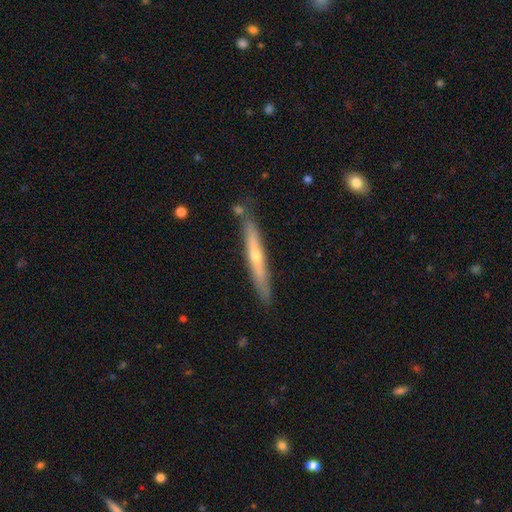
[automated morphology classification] Q: Smooth or featured?
A: featured or disk (65%); runner-up: smooth (28%)
Q: Edge-on disk?
A: yes (94%); runner-up: no (6%)
Q: Edge-on bulge?
A: rounded (73%); runner-up: none (24%)
Q: Merging?
A: none (85%); runner-up: minor disturbance (11%)